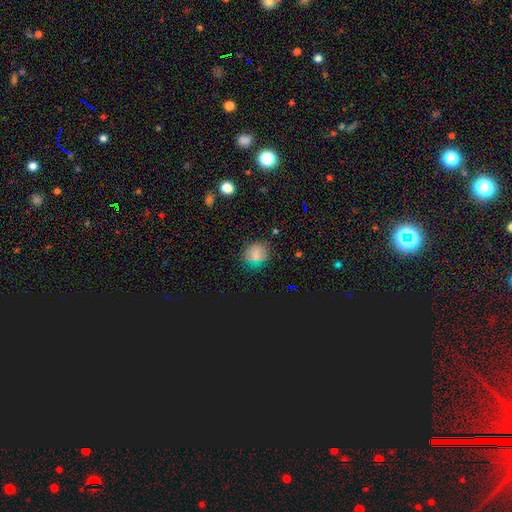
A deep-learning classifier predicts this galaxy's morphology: A smooth galaxy with no disk features (65%) that is round (80%).

Vote fractions:
- Smooth or featured? smooth: 65% / star or artifact: 28% / featured or disk: 7%
- How rounded? round: 80% / in between: 18% / cigar-shaped: 2%
- Merging? none: 85% / minor disturbance: 10% / major disturbance: 3% / merger: 2%